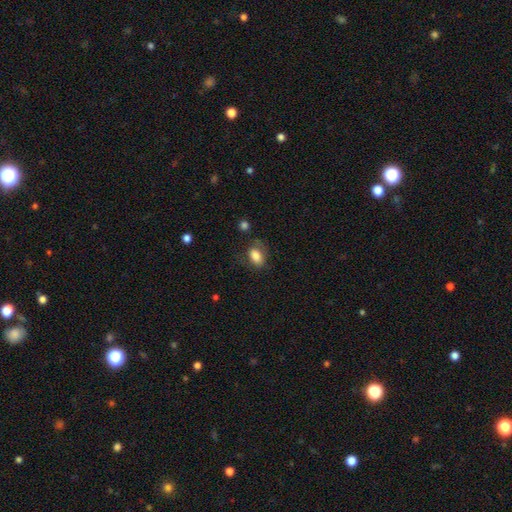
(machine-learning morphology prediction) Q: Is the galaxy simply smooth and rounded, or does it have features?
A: smooth — 82%.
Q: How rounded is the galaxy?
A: in between — 85%.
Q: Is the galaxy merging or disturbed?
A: none — 66%.